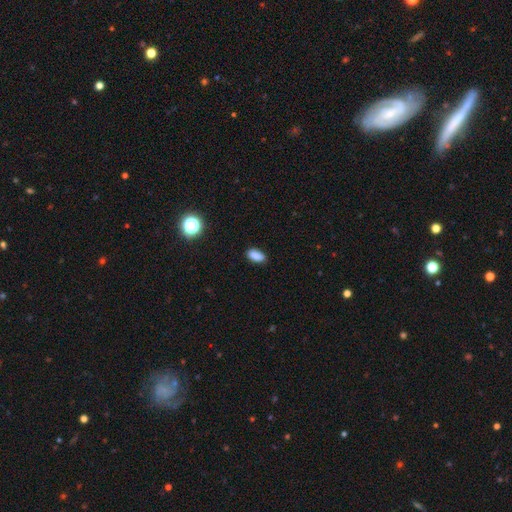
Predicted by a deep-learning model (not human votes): This is clearly a smooth galaxy (86%). How rounded: clearly in between (88%). Merging: clearly none (85%).